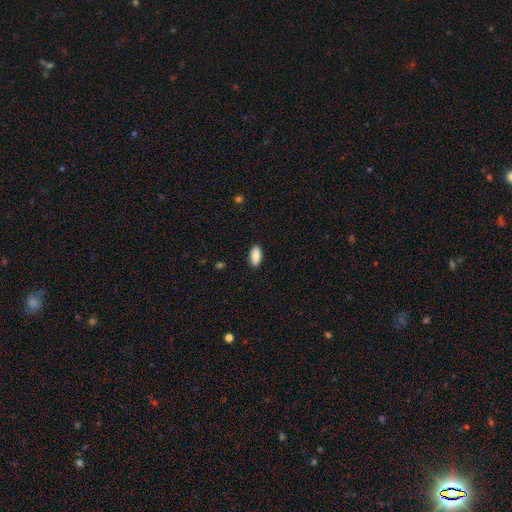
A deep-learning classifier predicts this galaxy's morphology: This is clearly a smooth galaxy (88%). How rounded: clearly in between (91%). Merging: clearly none (89%).